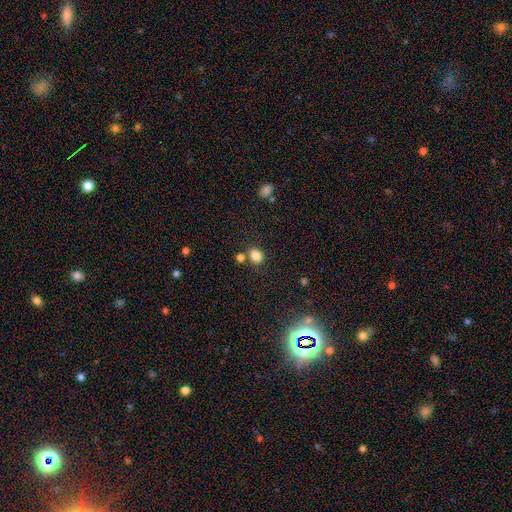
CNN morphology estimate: type=smooth (83%); roundness=round (58%); merging=none (73%).